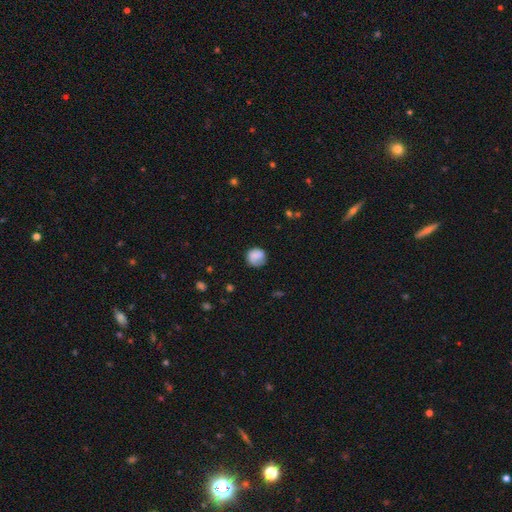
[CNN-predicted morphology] This appears to be a smooth galaxy with no disk features (81%) that is round (86%). Merging: none (69%).